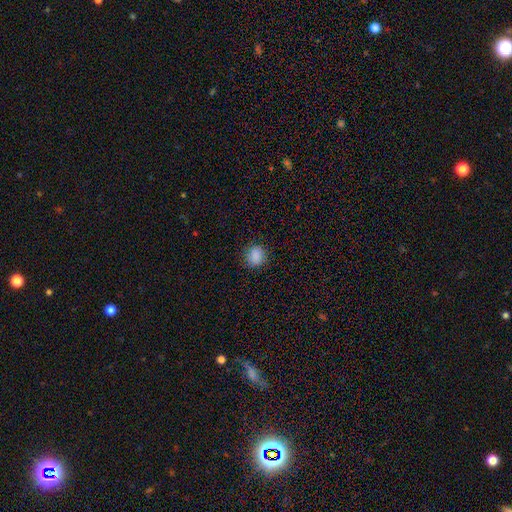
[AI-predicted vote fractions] smooth 87%, star or artifact 9%, featured or disk 4%. Down the decision tree: how rounded — round (70%); merging — none (86%).